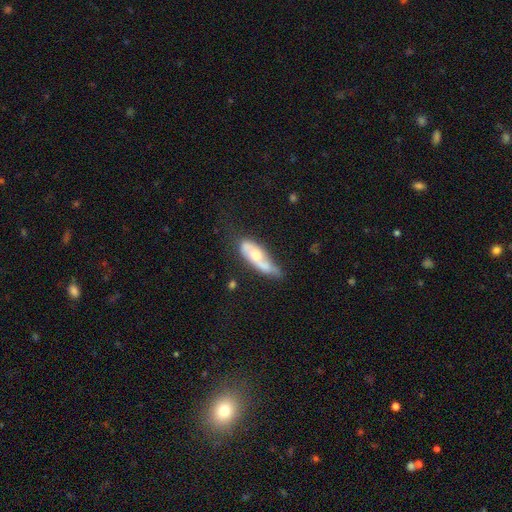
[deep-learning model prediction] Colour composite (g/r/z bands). It shows a featured or disk galaxy (48%). Merging: none (38%).